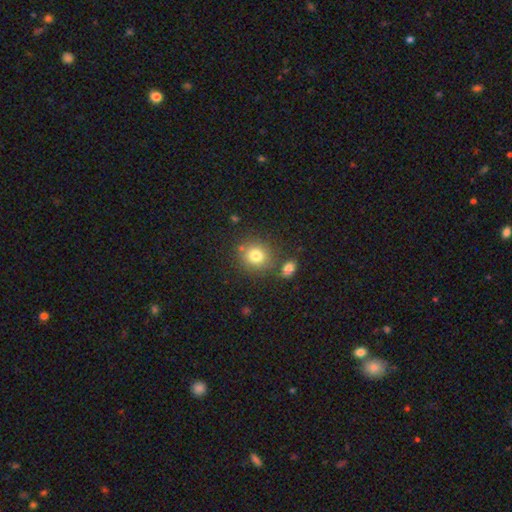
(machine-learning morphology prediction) type=smooth (79%); roundness=round (84%); merging=none (75%).